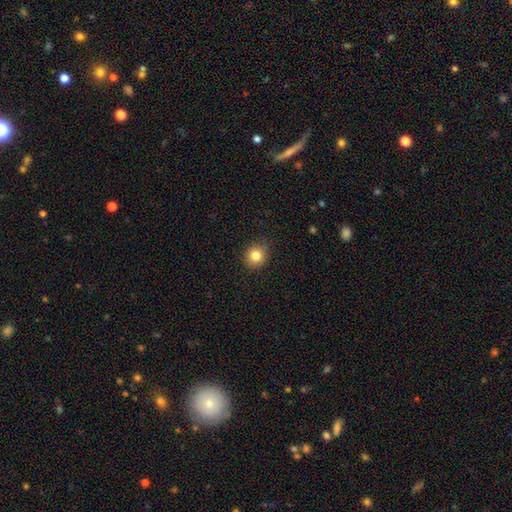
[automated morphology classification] A smooth galaxy with no disk features (82%) that is round (87%).

Vote fractions:
- Smooth or featured? smooth: 82% / star or artifact: 11% / featured or disk: 7%
- How rounded? round: 87% / in between: 12% / cigar-shaped: 1%
- Merging? none: 84% / minor disturbance: 13% / major disturbance: 2% / merger: 1%